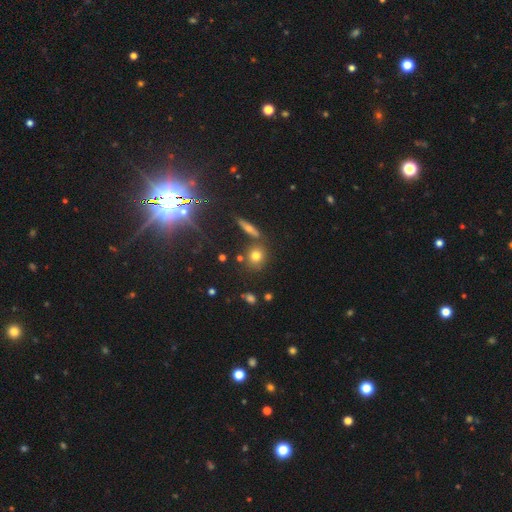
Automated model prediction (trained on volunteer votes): This appears to be a smooth galaxy with no disk features (71%) that is round (78%). Merging: none (74%).